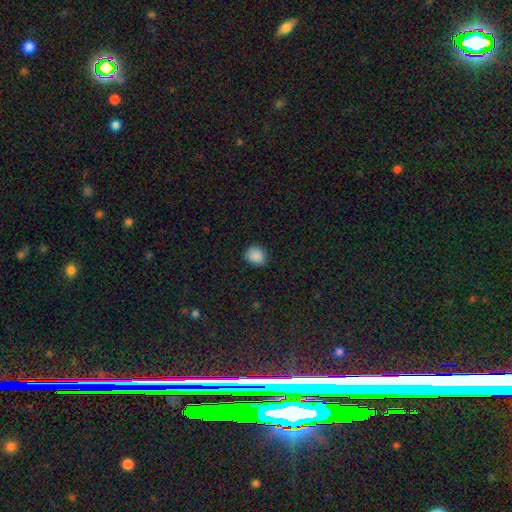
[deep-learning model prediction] Smooth or featured? smooth (88%)
How rounded? round (75%)
Merging? none (86%)